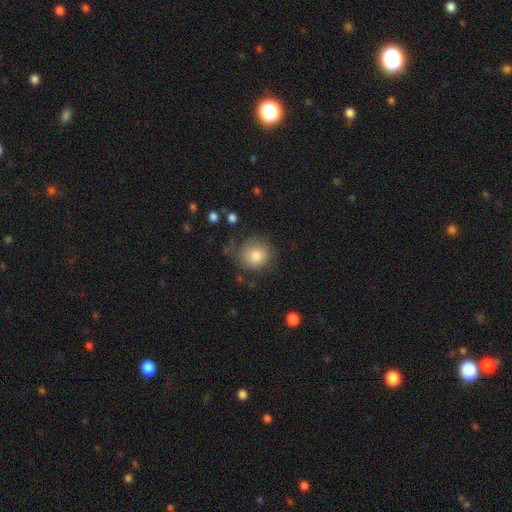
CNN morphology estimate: This appears to be a smooth galaxy with no disk features (80%) that is round (88%). Merging: none (65%).